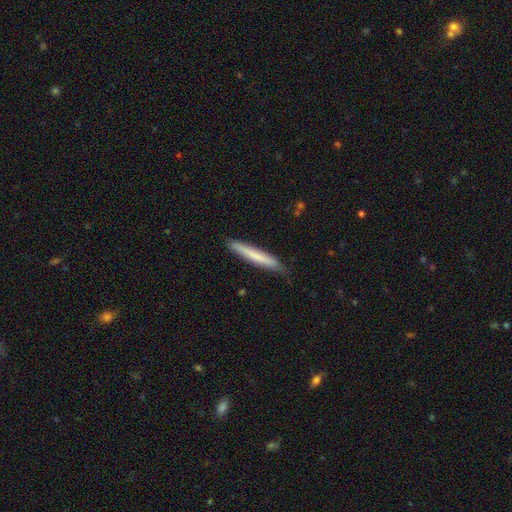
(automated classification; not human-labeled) smooth_or_featured: smooth (p=0.69) [alt: featured or disk p=0.26]
how_rounded: cigar-shaped (p=0.96) [alt: in between p=0.03]
merging: none (p=0.83) [alt: minor disturbance p=0.14]